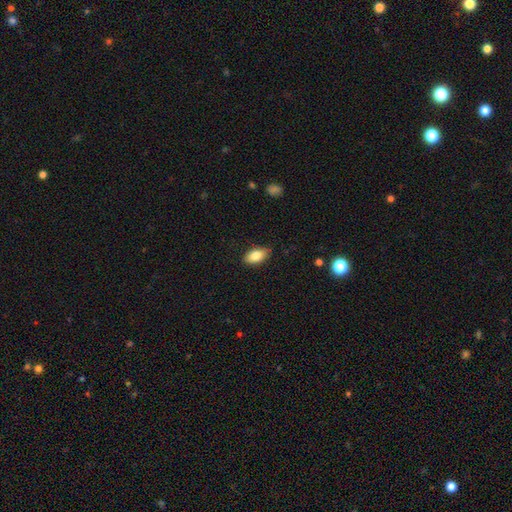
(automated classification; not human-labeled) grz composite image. It shows a smooth galaxy with no disk features (84%) that is in between round and cigar-shaped (92%). Merging: none (83%).